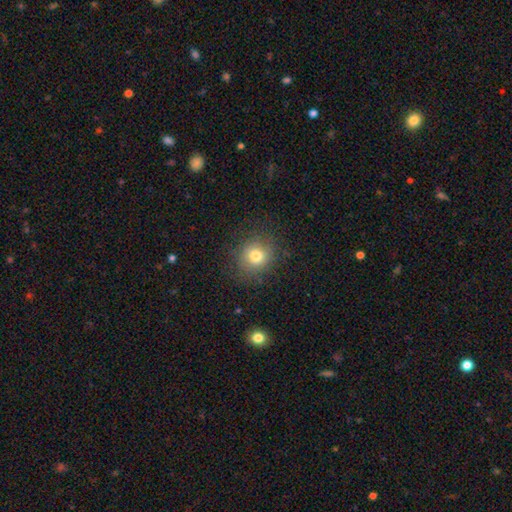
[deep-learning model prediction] Smooth or featured? smooth (77%)
How rounded? round (84%)
Merging? none (85%)